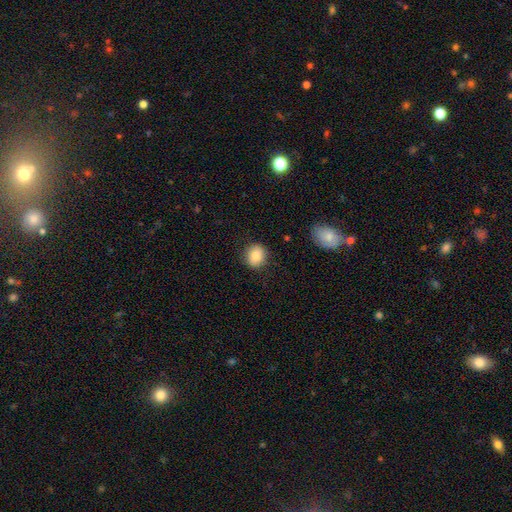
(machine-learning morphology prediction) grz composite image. It shows a smooth galaxy with no disk features (83%) that is round (83%). Merging: none (88%).